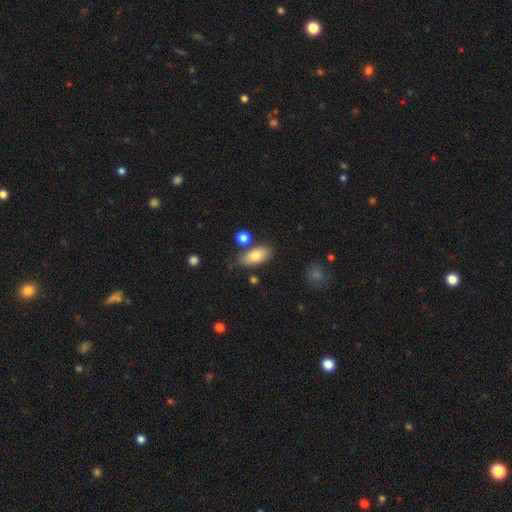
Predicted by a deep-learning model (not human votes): smooth_or_featured: smooth (p=0.78) [alt: featured or disk p=0.14]
how_rounded: in between (p=0.88) [alt: cigar-shaped p=0.07]
merging: none (p=0.70) [alt: minor disturbance p=0.15]